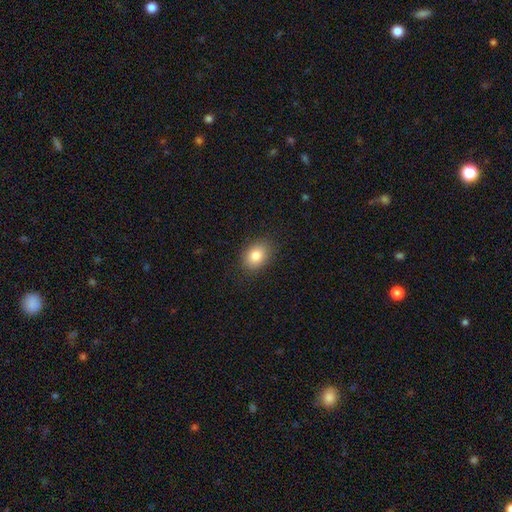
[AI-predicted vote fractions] Q: Smooth or featured?
A: smooth (83%); runner-up: star or artifact (9%)
Q: How rounded?
A: in between (65%); runner-up: round (34%)
Q: Merging?
A: none (87%); runner-up: minor disturbance (10%)